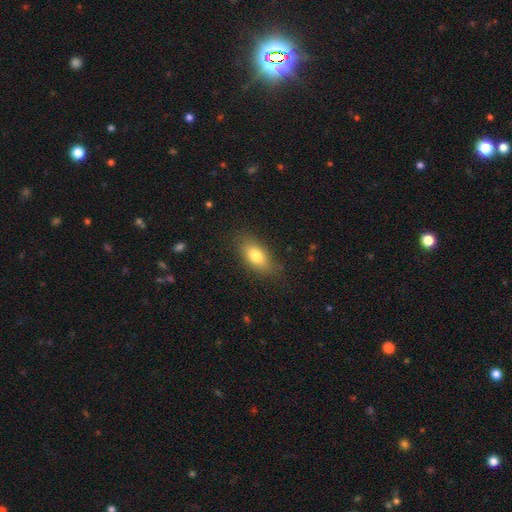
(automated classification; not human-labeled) A smooth galaxy with no disk features (78%) that is in between round and cigar-shaped (85%).

Vote fractions:
- Smooth or featured? smooth: 78% / featured or disk: 14% / star or artifact: 8%
- How rounded? in between: 85% / cigar-shaped: 9% / round: 6%
- Merging? none: 82% / minor disturbance: 13% / major disturbance: 4% / merger: 1%